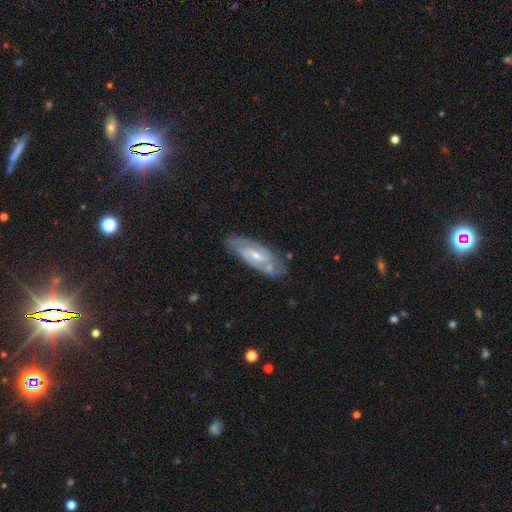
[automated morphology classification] smooth_or_featured: featured or disk (p=0.82) [alt: smooth p=0.12]
disk_edge_on: no (p=0.90) [alt: yes p=0.10]
bar: weak (p=0.48) [alt: no p=0.29]
has_spiral_arms: yes (p=0.91) [alt: no p=0.09]
spiral_winding: tight (p=0.44) [tied with: medium p=0.44]
spiral_arm_count: 2 (p=0.76) [alt: can't tell p=0.15]
bulge_size: small (p=0.56) [alt: moderate p=0.40]
merging: none (p=0.79) [alt: minor disturbance p=0.15]